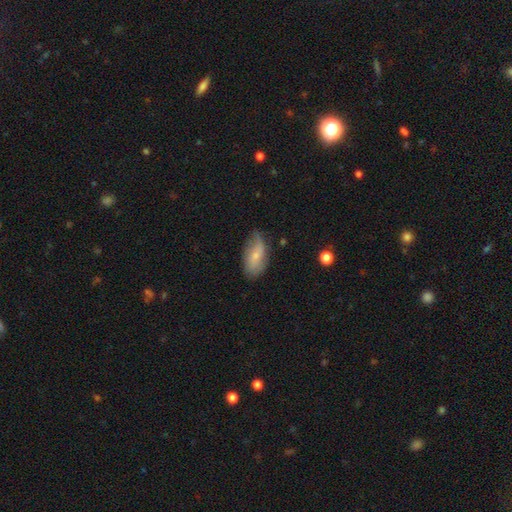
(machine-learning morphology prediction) Smooth or featured?
  - smooth: 53% *
  - featured or disk: 40%
  - star or artifact: 7%
How rounded?
  - in between: 90% *
  - cigar-shaped: 5%
  - round: 4%
Merging?
  - none: 60% *
  - minor disturbance: 30%
  - major disturbance: 8%
  - merger: 2%